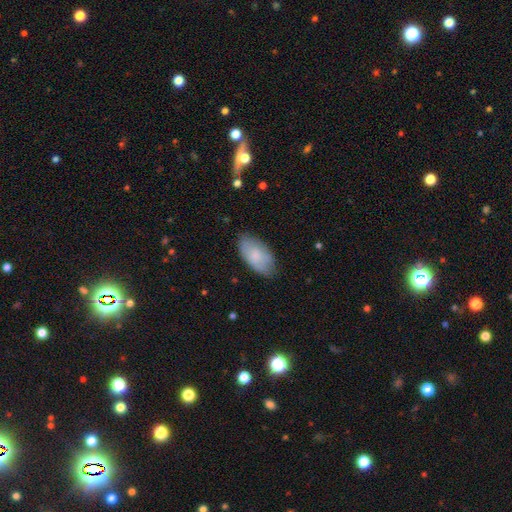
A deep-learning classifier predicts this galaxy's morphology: Overall: smooth (75%). How rounded: in between (95%). Merging: none (76%).